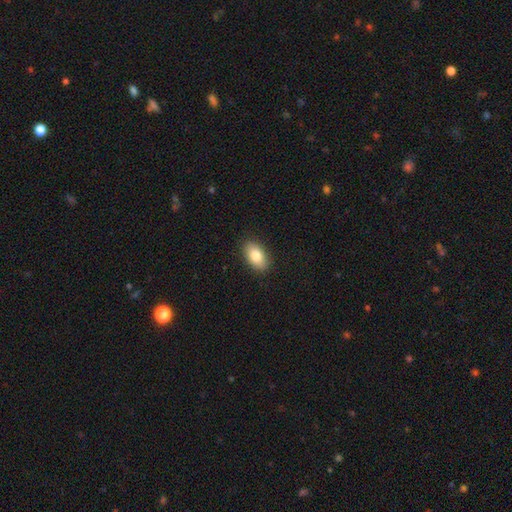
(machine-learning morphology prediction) Smooth or featured?
  - smooth: 82% *
  - featured or disk: 11%
  - star or artifact: 7%
How rounded?
  - in between: 92% *
  - round: 6%
  - cigar-shaped: 2%
Merging?
  - none: 89% *
  - minor disturbance: 8%
  - major disturbance: 2%
  - merger: 1%